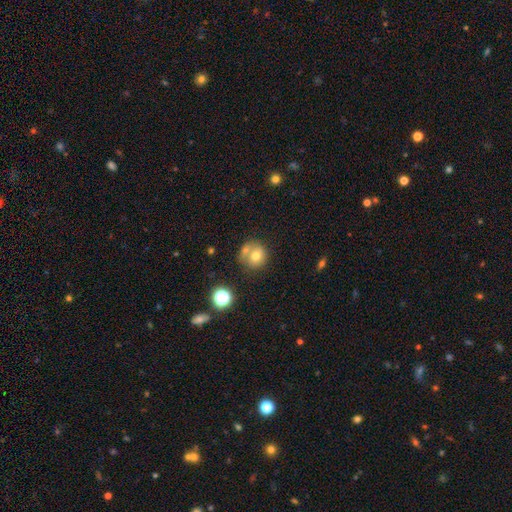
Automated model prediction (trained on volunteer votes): smooth-or-featured: smooth: 70% | featured or disk: 18% | star or artifact: 12%
  how-rounded: round: 84% | in between: 15% | cigar-shaped: 1%
  merging: none: 45% | merger: 38% | minor disturbance: 11% | major disturbance: 5%